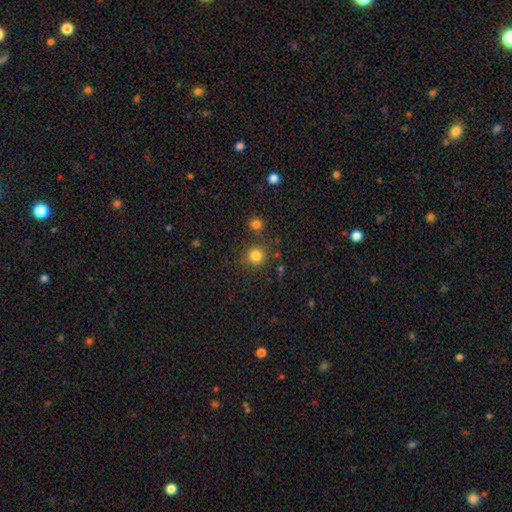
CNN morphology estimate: A smooth galaxy with no disk features (81%) that is round (92%).

Vote fractions:
- Smooth or featured? smooth: 81% / star or artifact: 14% / featured or disk: 5%
- How rounded? round: 92% / in between: 7% / cigar-shaped: 1%
- Merging? none: 76% / merger: 11% / minor disturbance: 9% / major disturbance: 4%